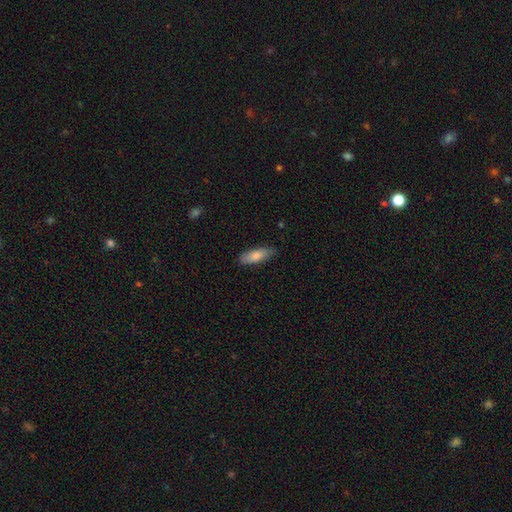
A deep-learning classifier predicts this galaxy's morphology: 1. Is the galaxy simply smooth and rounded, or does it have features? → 80% smooth, 14% featured or disk, 6% star or artifact.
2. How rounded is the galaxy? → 64% in between, 34% cigar-shaped, 2% round.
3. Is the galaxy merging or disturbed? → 81% none, 16% minor disturbance, 2% major disturbance, 1% merger.